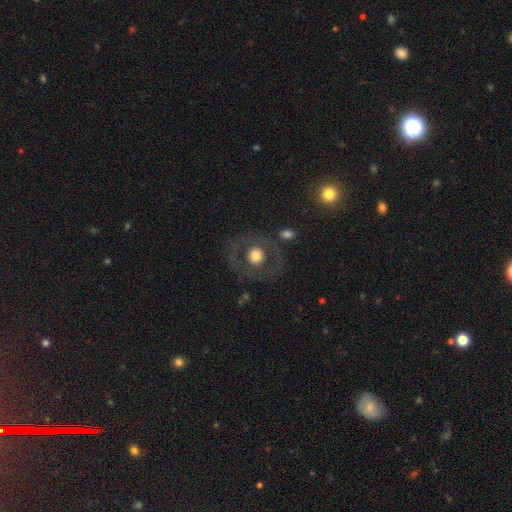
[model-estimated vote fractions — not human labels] This is possibly a smooth galaxy (53%). How rounded: clearly round (88%). Merging: likely none (79%).